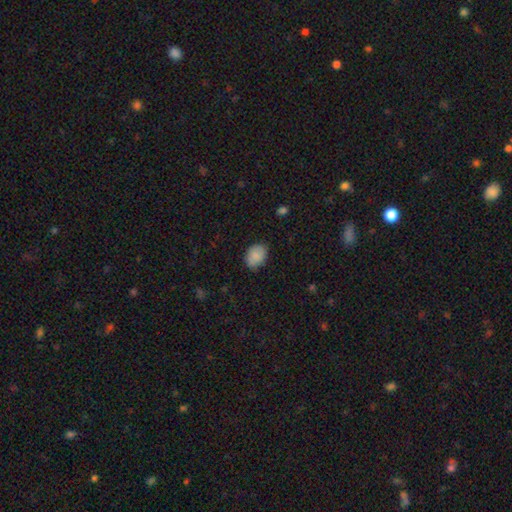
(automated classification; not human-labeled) Morphology: type=smooth (85%); roundness=in between (66%); merging=none (74%).